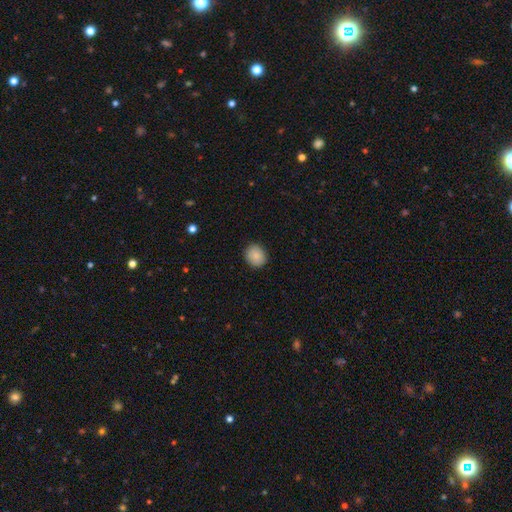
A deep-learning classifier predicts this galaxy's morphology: The model was most divided on "how rounded": round: 76%, in between: 24%, cigar-shaped: 1%. More confident: merging — none (89%); smooth or featured — smooth (87%).